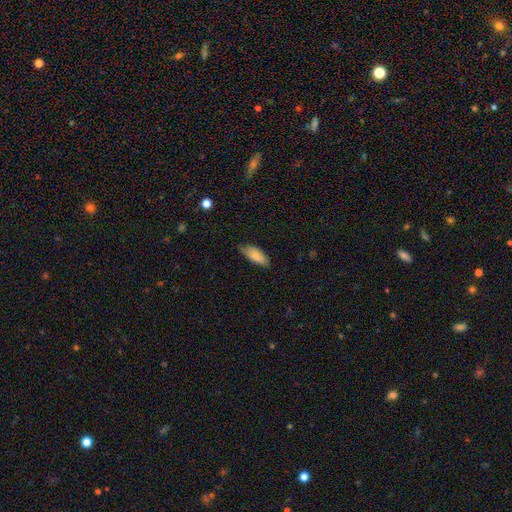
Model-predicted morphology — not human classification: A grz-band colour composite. It shows a smooth galaxy with no disk features (83%) that is in between round and cigar-shaped (79%). Merging: none (72%).